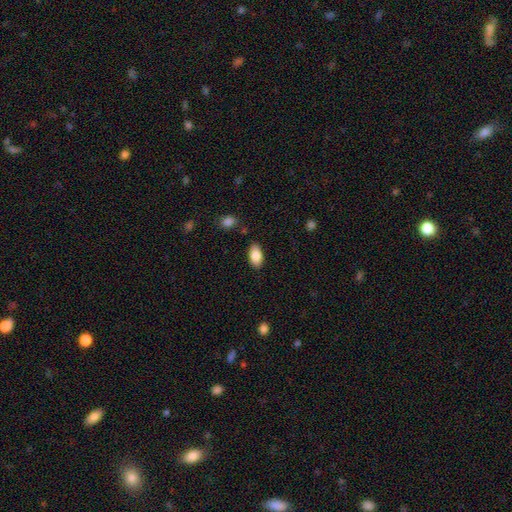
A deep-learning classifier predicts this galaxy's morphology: Smooth or featured? smooth (84%)
How rounded? in between (93%)
Merging? none (86%)